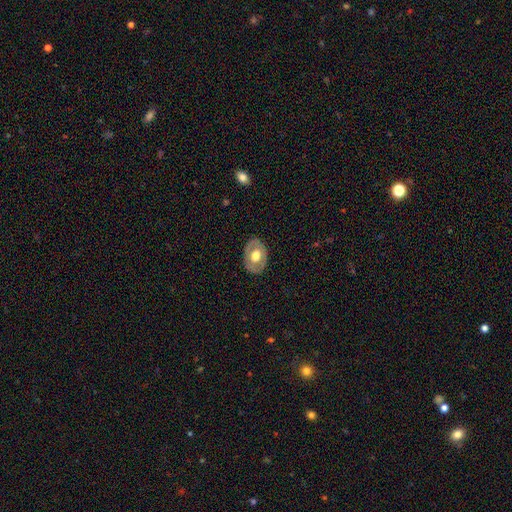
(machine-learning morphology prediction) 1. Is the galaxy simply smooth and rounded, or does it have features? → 48% smooth, 47% featured or disk, 5% star or artifact.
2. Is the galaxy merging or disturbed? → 83% none, 13% minor disturbance, 4% major disturbance, 1% merger.